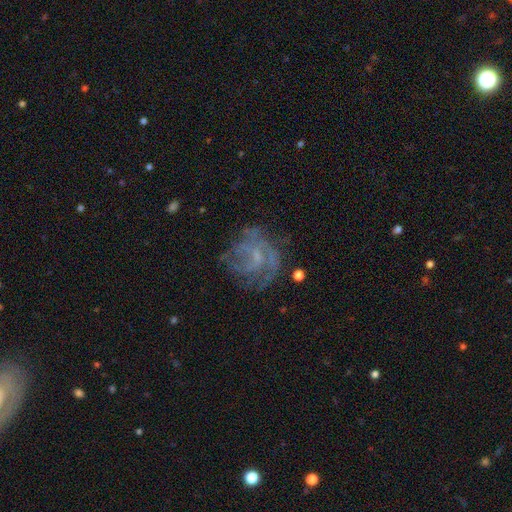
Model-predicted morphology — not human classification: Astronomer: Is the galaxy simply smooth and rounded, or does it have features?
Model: featured or disk — 72%.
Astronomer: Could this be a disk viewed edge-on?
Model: no — 98%.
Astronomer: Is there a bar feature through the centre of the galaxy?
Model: no — 53% (runner-up: weak, 40%).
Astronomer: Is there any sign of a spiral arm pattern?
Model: yes — 77%.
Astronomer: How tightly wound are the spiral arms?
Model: medium — 41% (runner-up: tight, 38%).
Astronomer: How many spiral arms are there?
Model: can't tell — 40% (runner-up: 3, 23%).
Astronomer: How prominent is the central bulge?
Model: small — 49% (runner-up: none, 33%).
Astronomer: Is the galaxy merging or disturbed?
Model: none — 61%.